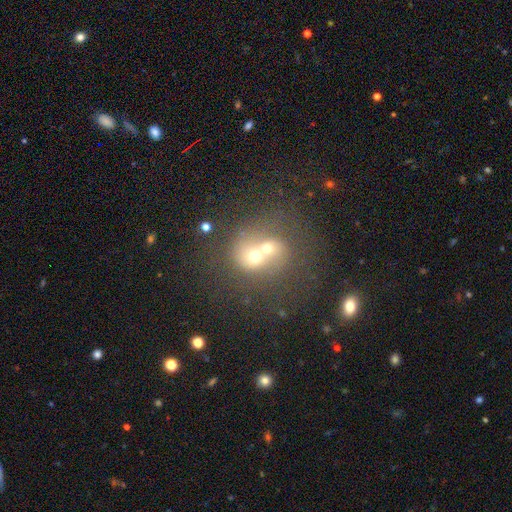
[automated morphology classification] smooth_or_featured: smooth (p=0.48) [alt: featured or disk p=0.36]
merging: merger (p=0.72) [alt: none p=0.17]